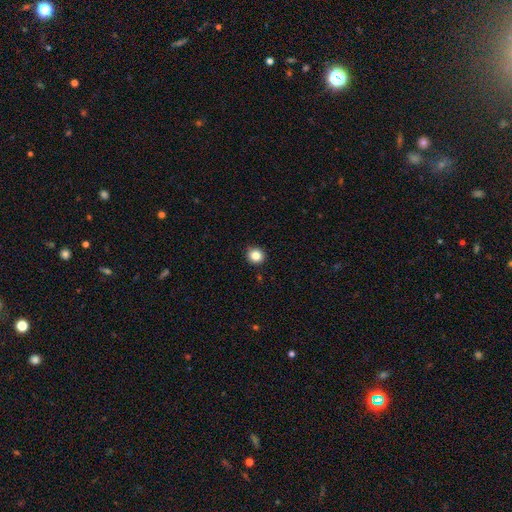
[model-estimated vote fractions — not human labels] smooth 85%, star or artifact 11%, featured or disk 5%. Down the decision tree: how rounded — round (90%); merging — none (91%).